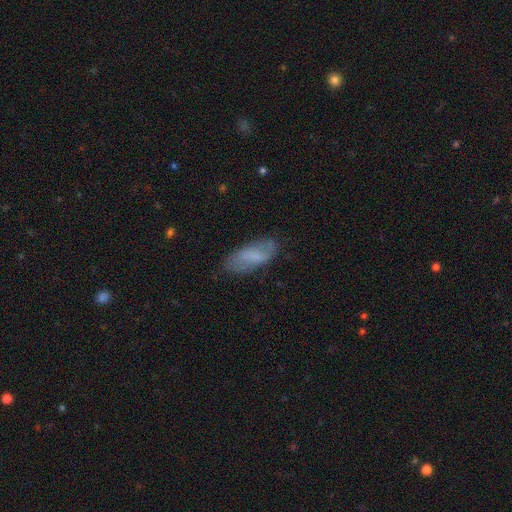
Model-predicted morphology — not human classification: The model was most divided on "smooth or featured": smooth: 62%, featured or disk: 31%, star or artifact: 7%. More confident: how rounded — in between (80%); merging — none (70%).